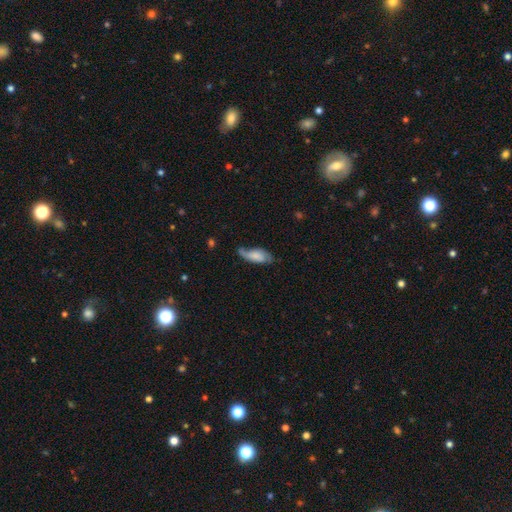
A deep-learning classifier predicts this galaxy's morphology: A smooth galaxy with no disk features (51%) that is in between round and cigar-shaped (79%).

Vote fractions:
- Smooth or featured? smooth: 51% / featured or disk: 42% / star or artifact: 7%
- How rounded? in between: 79% / cigar-shaped: 19% / round: 3%
- Merging? none: 54% / minor disturbance: 30% / major disturbance: 13% / merger: 3%